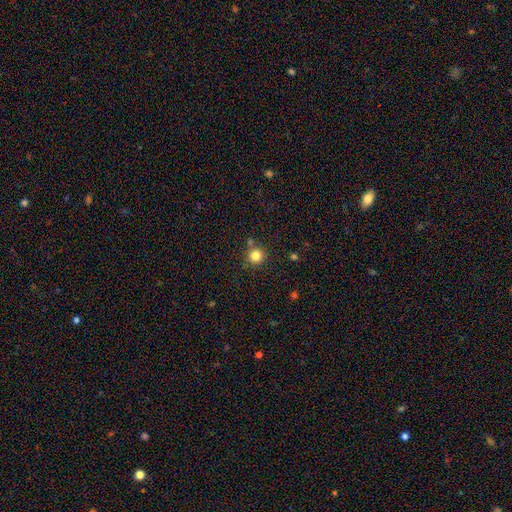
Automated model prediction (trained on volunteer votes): Smooth or featured? Predicted: smooth (p=0.82). How rounded? Predicted: round (p=0.94). Merging? Predicted: none (p=0.79).